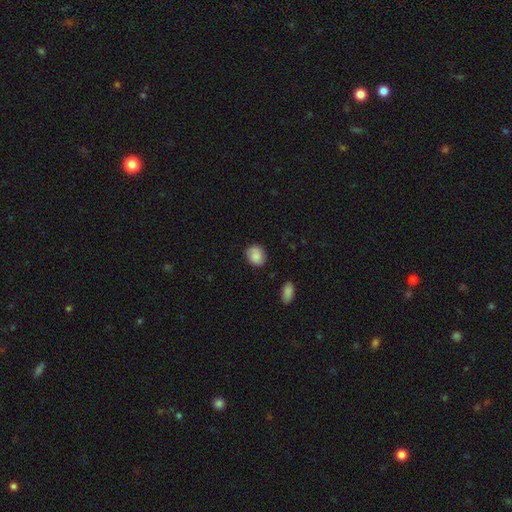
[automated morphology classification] A smooth galaxy with no disk features (85%) that is round (58%).

Vote fractions:
- Smooth or featured? smooth: 85% / featured or disk: 8% / star or artifact: 8%
- How rounded? round: 58% / in between: 41% / cigar-shaped: 1%
- Merging? none: 76% / minor disturbance: 18% / major disturbance: 4% / merger: 2%